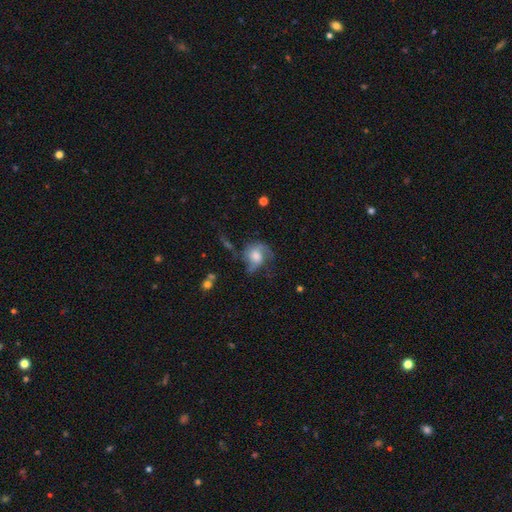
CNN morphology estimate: Smooth or featured: featured or disk — 67% (smooth — 24%)
Edge-on disk: no — 97% (yes — 3%)
Bar: no — 65% (weak — 30%)
Spiral arms: yes — 88% (no — 12%)
Spiral winding: medium — 46% (loose — 35%)
Spiral arm count: 2 — 50% (3 — 17%)
Bulge size: moderate — 48% (large — 26%)
Merging: none — 48% (major disturbance — 26%)